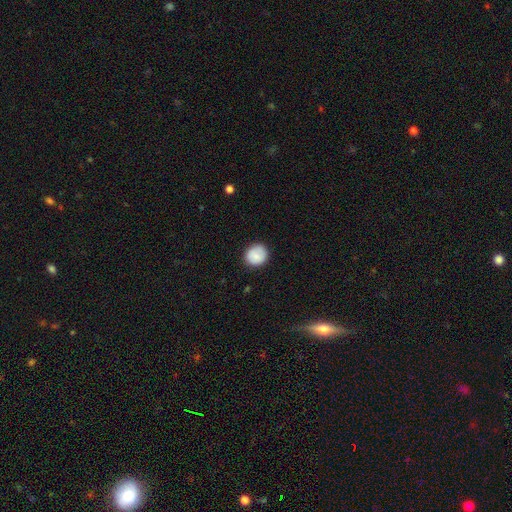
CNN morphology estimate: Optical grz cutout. It shows a smooth galaxy with no disk features (80%) that is round (86%). Merging: none (84%).